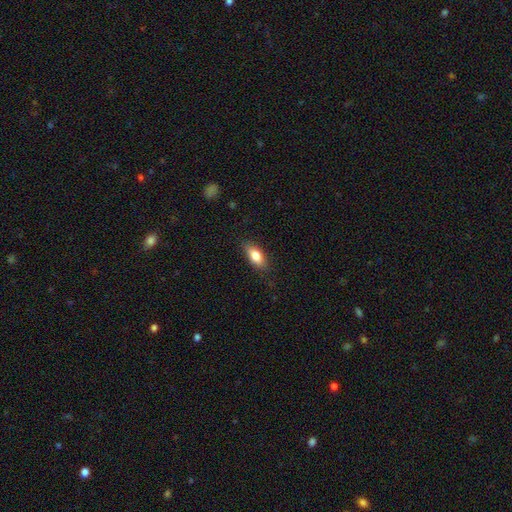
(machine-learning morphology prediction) The model was most divided on "smooth or featured": smooth: 79%, featured or disk: 14%, star or artifact: 7%. More confident: merging — none (83%); how rounded — in between (82%).